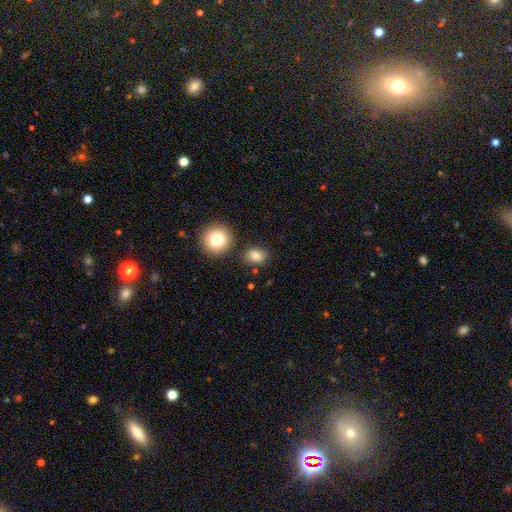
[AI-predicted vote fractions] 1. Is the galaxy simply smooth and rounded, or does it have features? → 84% smooth, 10% star or artifact, 6% featured or disk.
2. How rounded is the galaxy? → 51% in between, 48% round, 1% cigar-shaped.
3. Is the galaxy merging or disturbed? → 77% none, 13% minor disturbance, 7% merger, 4% major disturbance.